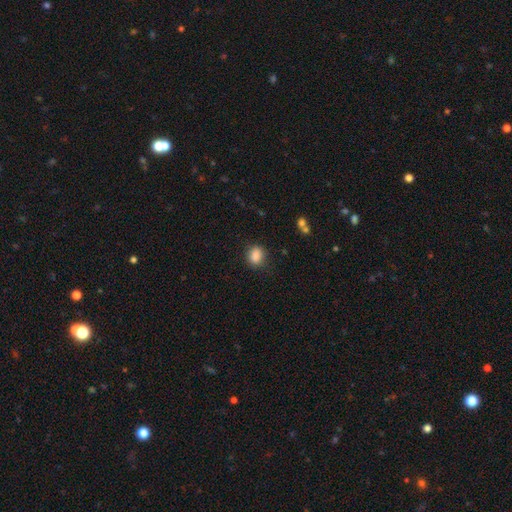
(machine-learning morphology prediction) Q: Smooth or featured?
A: smooth (86%); runner-up: star or artifact (9%)
Q: How rounded?
A: round (52%); runner-up: in between (47%)
Q: Merging?
A: none (80%); runner-up: minor disturbance (14%)